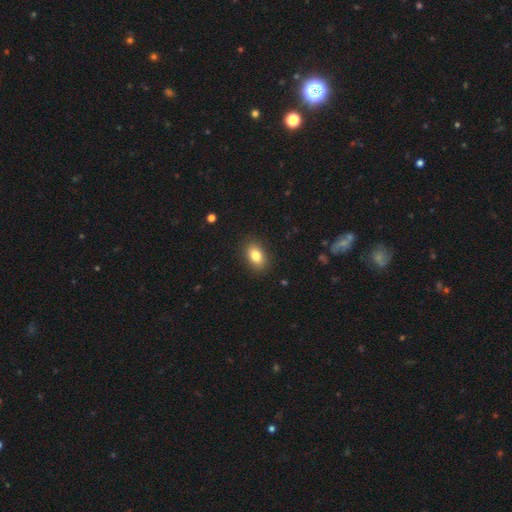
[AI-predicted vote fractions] Q: Smooth or featured?
A: smooth (83%); runner-up: featured or disk (9%)
Q: How rounded?
A: in between (85%); runner-up: round (13%)
Q: Merging?
A: none (88%); runner-up: minor disturbance (8%)